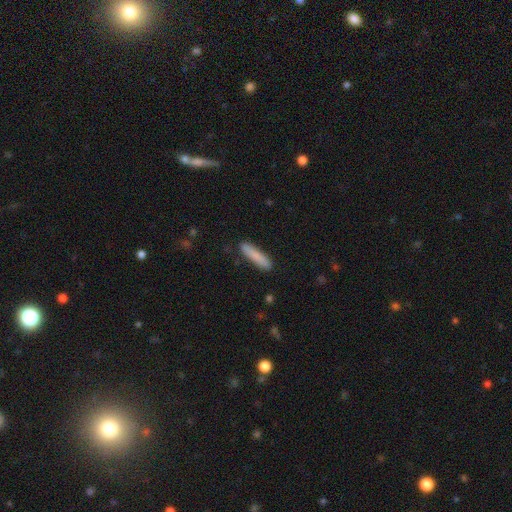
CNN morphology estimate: smooth_or_featured: smooth (p=0.84) [alt: featured or disk p=0.11]
how_rounded: cigar-shaped (p=0.86) [alt: in between p=0.13]
merging: none (p=0.87) [alt: minor disturbance p=0.10]